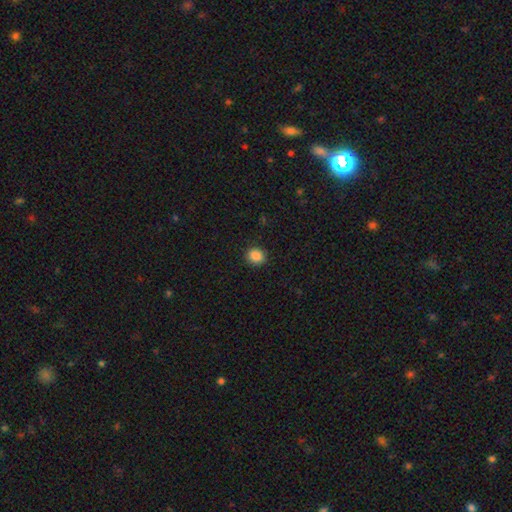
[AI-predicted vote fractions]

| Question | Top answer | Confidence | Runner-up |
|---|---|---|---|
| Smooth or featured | smooth | 87% | star or artifact (10%) |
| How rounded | round | 78% | in between (21%) |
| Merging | none | 91% | minor disturbance (6%) |